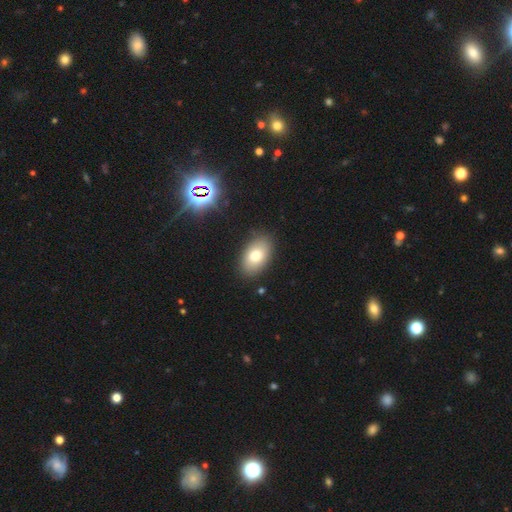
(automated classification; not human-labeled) This appears to be a smooth galaxy with no disk features (76%) that is in between round and cigar-shaped (91%). Merging: none (87%).